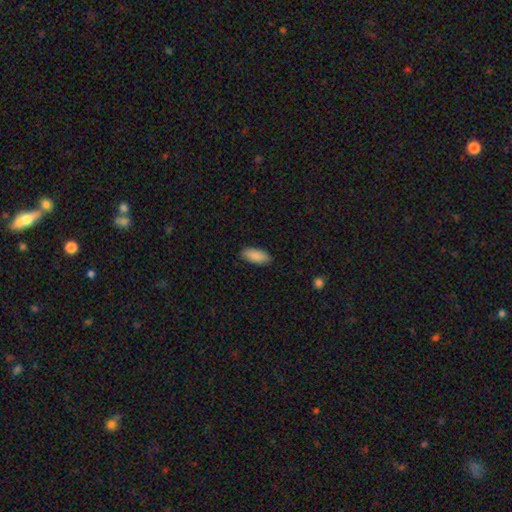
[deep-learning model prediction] A smooth galaxy with no disk features (90%) that is in between round and cigar-shaped (88%).

Vote fractions:
- Smooth or featured? smooth: 90% / star or artifact: 6% / featured or disk: 4%
- How rounded? in between: 88% / cigar-shaped: 11% / round: 2%
- Merging? none: 88% / minor disturbance: 10% / major disturbance: 2% / merger: 1%